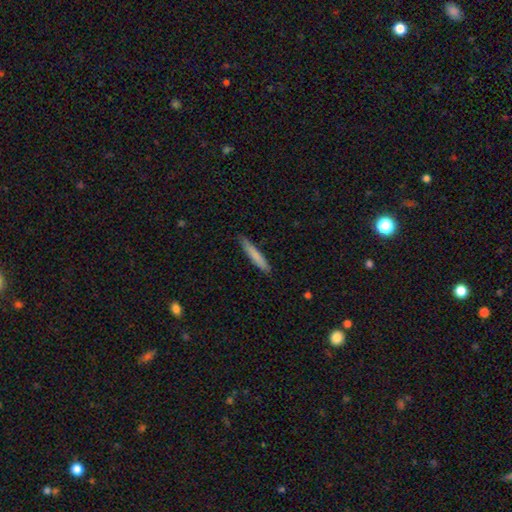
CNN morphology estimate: Smooth or featured?
  - smooth: 78% *
  - featured or disk: 16%
  - star or artifact: 6%
How rounded?
  - cigar-shaped: 93% *
  - in between: 5%
  - round: 1%
Merging?
  - none: 87% *
  - minor disturbance: 10%
  - major disturbance: 2%
  - merger: 1%